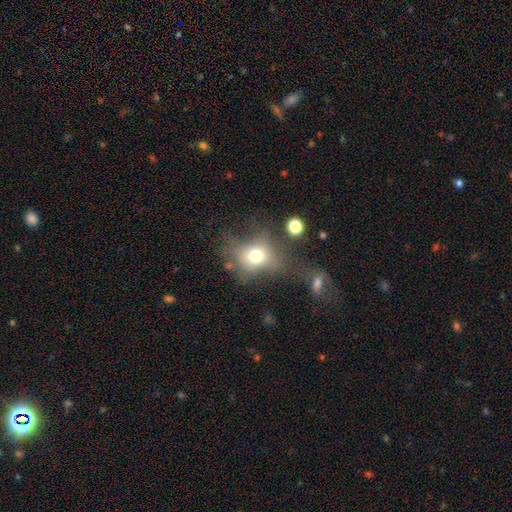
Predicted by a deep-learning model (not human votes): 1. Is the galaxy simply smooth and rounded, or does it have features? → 65% smooth, 20% featured or disk, 15% star or artifact.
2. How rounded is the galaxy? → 58% round, 40% in between, 2% cigar-shaped.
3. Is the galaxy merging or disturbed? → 40% none, 28% major disturbance, 20% minor disturbance, 12% merger.